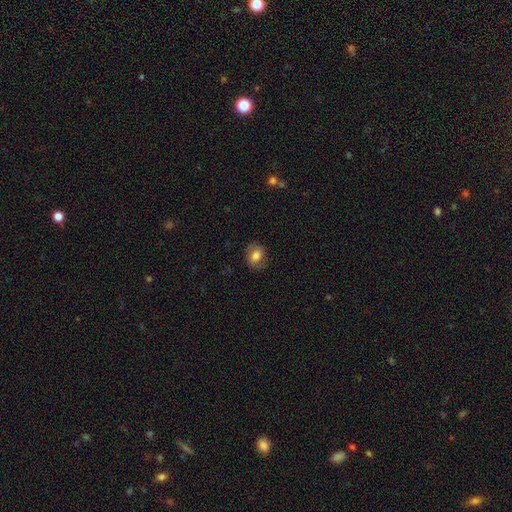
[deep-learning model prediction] Smooth or featured? smooth (78%)
How rounded? in between (57%)
Merging? none (78%)